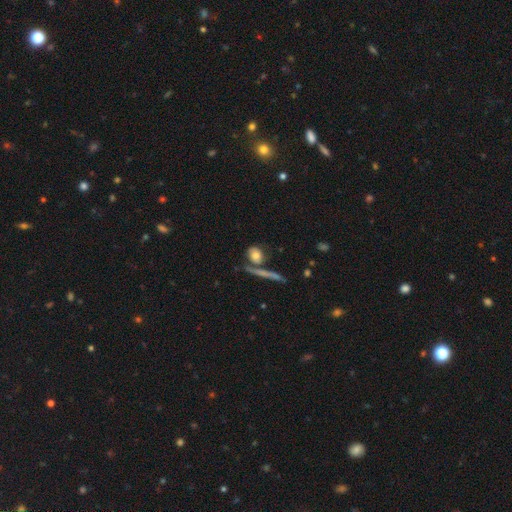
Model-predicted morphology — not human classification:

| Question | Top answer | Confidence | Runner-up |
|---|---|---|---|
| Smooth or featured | smooth | 68% | featured or disk (24%) |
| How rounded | round | 57% | in between (31%) |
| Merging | none | 59% | merger (20%) |